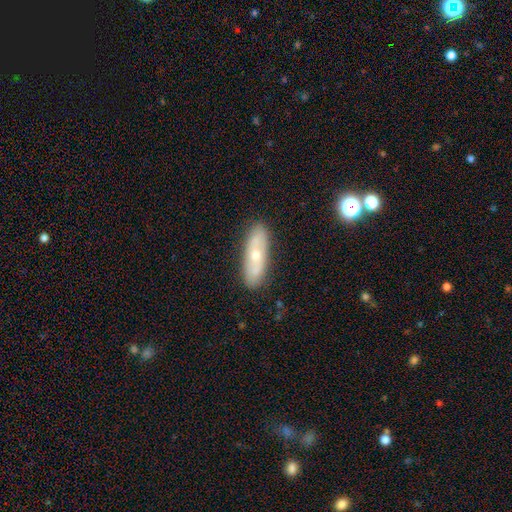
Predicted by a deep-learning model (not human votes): This is possibly a smooth galaxy (47%). Merging: clearly none (85%).